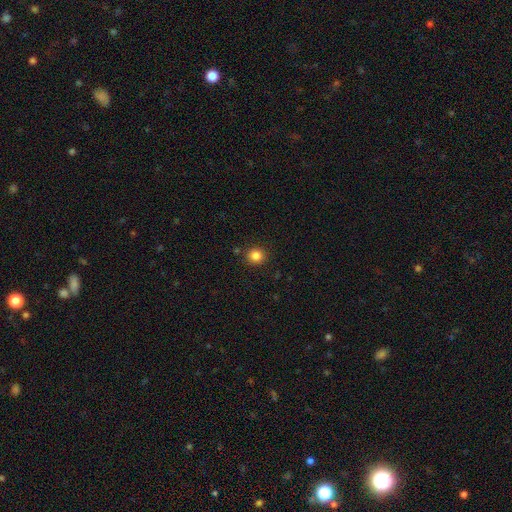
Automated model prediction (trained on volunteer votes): This appears to be a smooth galaxy with no disk features (84%) that is round (87%). Merging: none (88%).